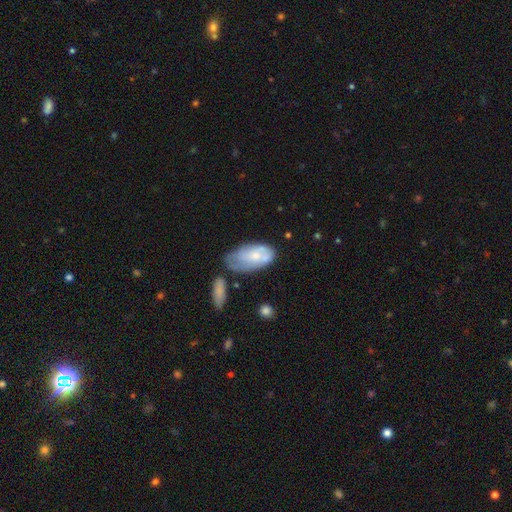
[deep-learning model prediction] Smooth or featured? Predicted: smooth (p=0.53). How rounded? Predicted: in between (p=0.92). Merging? Predicted: none (p=0.35).